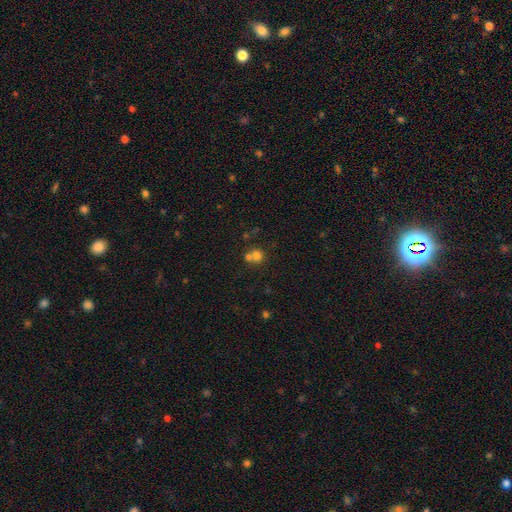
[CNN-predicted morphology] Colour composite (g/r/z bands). It shows a smooth galaxy with no disk features (72%) that is round (85%). Merging: merger (50%).